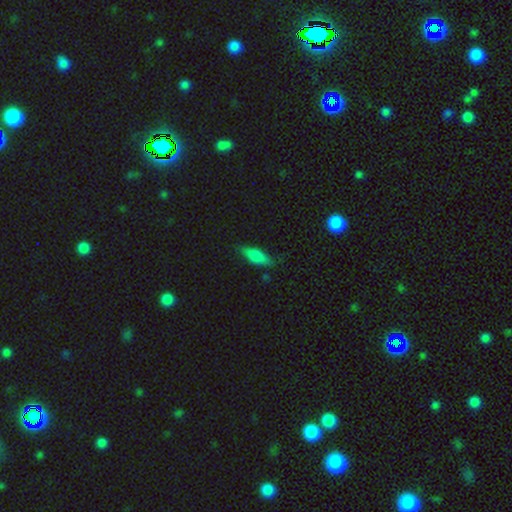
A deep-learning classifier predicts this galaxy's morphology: A smooth galaxy with no disk features (74%) that is in between round and cigar-shaped (61%). Merging: none (74%).